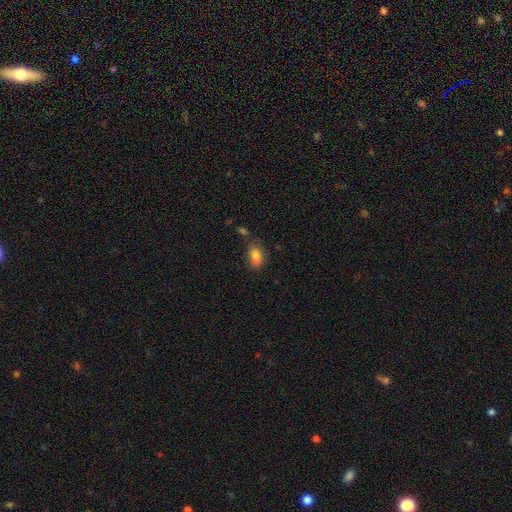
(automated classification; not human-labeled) A smooth galaxy with no disk features (81%) that is in between round and cigar-shaped (87%).

Vote fractions:
- Smooth or featured? smooth: 81% / featured or disk: 10% / star or artifact: 9%
- How rounded? in between: 87% / round: 8% / cigar-shaped: 5%
- Merging? none: 64% / minor disturbance: 21% / merger: 10% / major disturbance: 5%